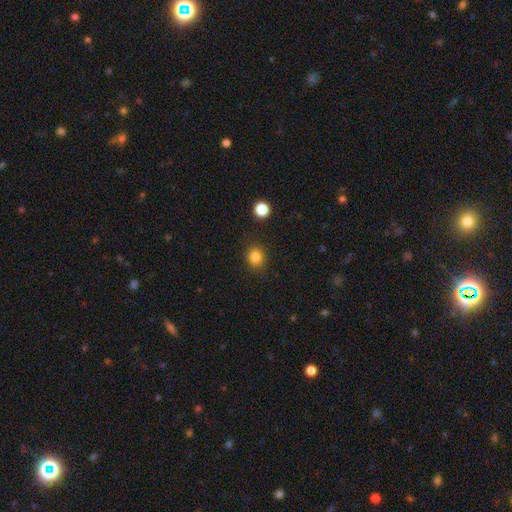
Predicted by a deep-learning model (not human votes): Smooth or featured? Predicted: smooth (p=0.83). How rounded? Predicted: round (p=0.75). Merging? Predicted: none (p=0.87).